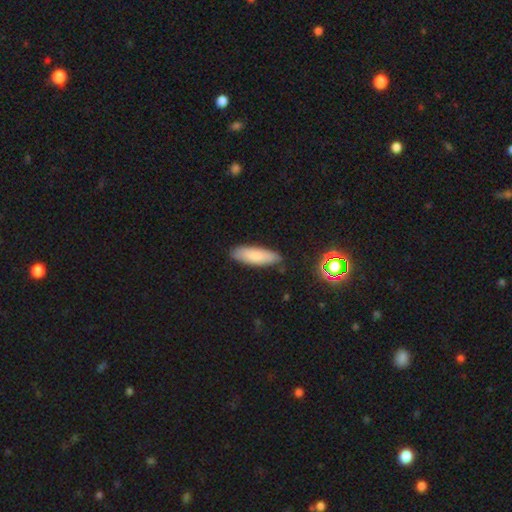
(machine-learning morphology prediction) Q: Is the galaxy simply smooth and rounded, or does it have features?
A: smooth — 83%.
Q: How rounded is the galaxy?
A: in between — 49%, tied with cigar-shaped.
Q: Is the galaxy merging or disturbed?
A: none — 84%.